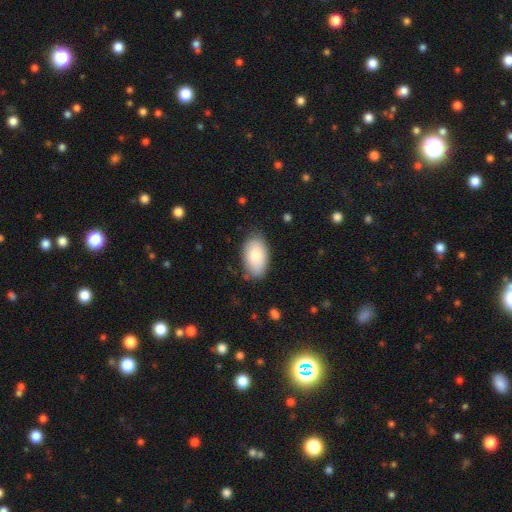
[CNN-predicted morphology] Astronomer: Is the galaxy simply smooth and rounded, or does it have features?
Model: smooth — 82%.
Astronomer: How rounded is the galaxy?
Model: in between — 94%.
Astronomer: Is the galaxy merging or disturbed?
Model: none — 79%.